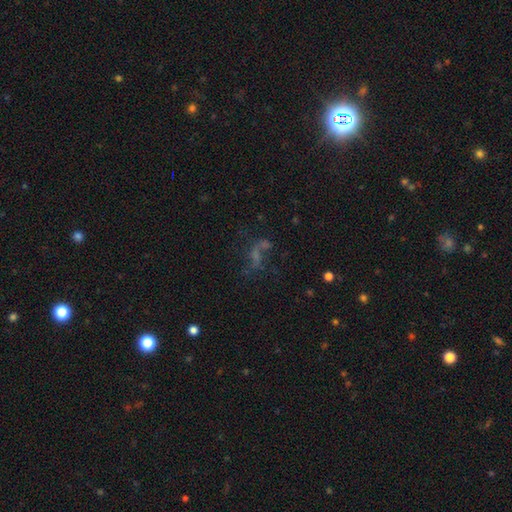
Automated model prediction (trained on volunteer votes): A star or artifact, not a galaxy (36%, tied with featured or disk).